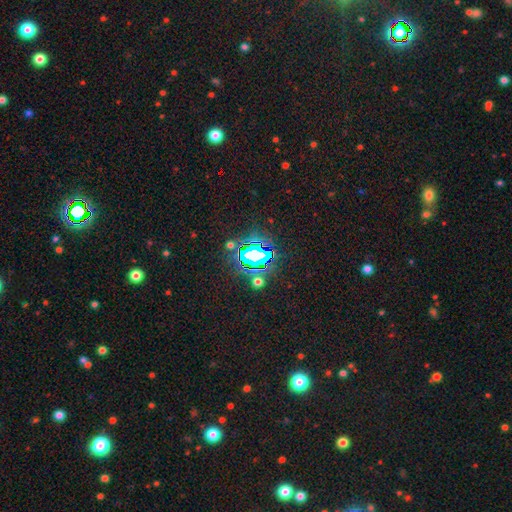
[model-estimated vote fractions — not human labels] Overall: star or artifact (69%).